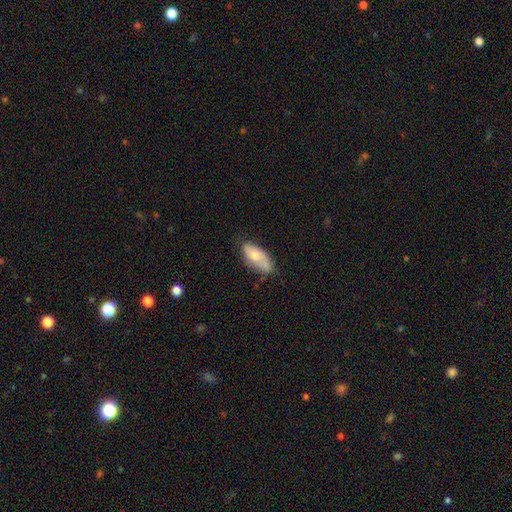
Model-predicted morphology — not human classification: type=smooth (70%); roundness=in between (87%); merging=none (54%).